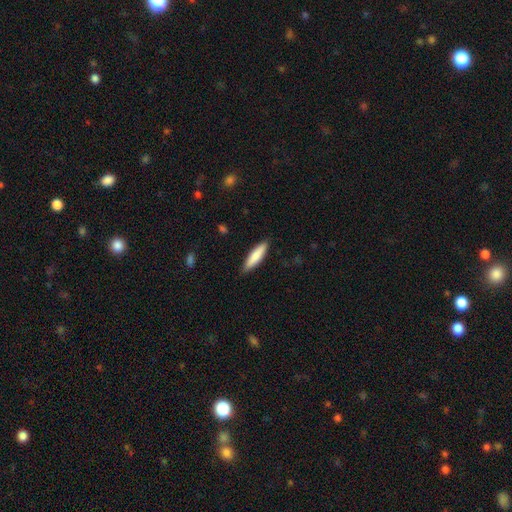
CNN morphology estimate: Smooth or featured?
  - smooth: 81% *
  - featured or disk: 14%
  - star or artifact: 5%
How rounded?
  - cigar-shaped: 68% *
  - in between: 30%
  - round: 1%
Merging?
  - none: 85% *
  - minor disturbance: 12%
  - major disturbance: 2%
  - merger: 1%